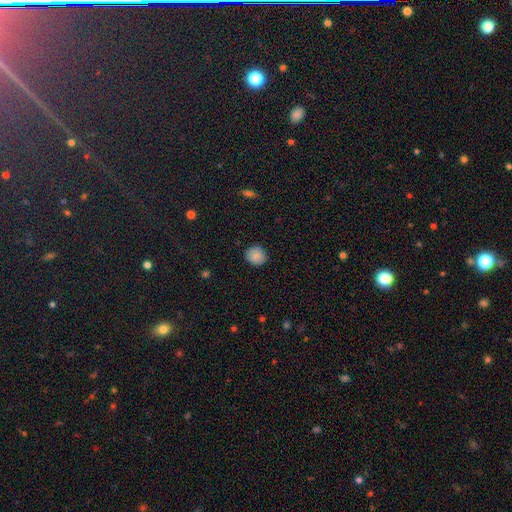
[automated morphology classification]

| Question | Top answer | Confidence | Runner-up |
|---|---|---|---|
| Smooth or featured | smooth | 85% | star or artifact (8%) |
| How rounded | round | 85% | in between (14%) |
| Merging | none | 88% | minor disturbance (9%) |